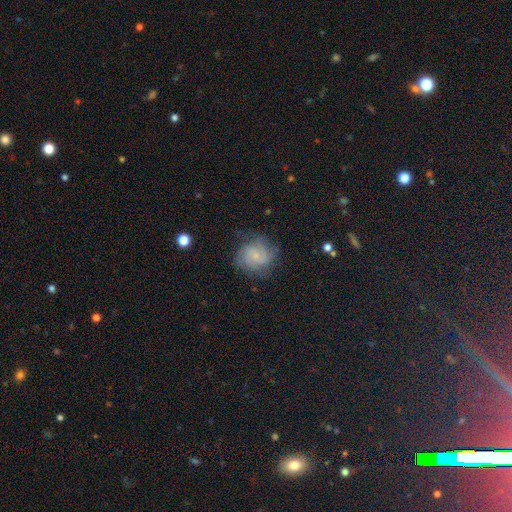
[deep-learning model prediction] Smooth or featured? Predicted: featured or disk (p=0.58). Edge-on disk? Predicted: no (p=0.98). Bar? Predicted: no (p=0.68). Spiral arms? Predicted: yes (p=0.89). Spiral winding? Predicted: tight (p=0.49). Spiral arm count? Predicted: 2 (p=0.36). Bulge size? Predicted: small (p=0.73). Merging? Predicted: none (p=0.70).